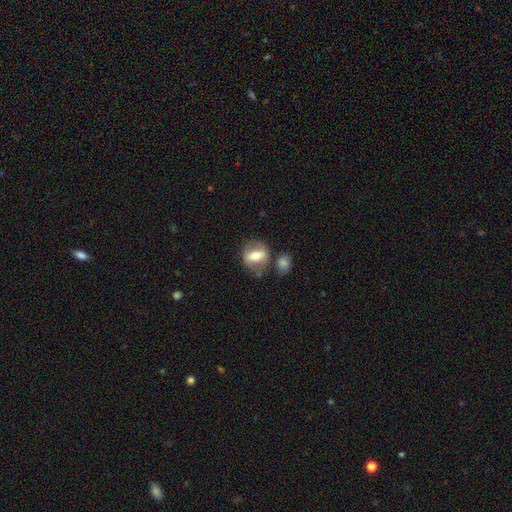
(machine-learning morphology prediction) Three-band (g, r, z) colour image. It shows a smooth galaxy with no disk features (50%) that is in between round and cigar-shaped (53%). Merging: none (60%).